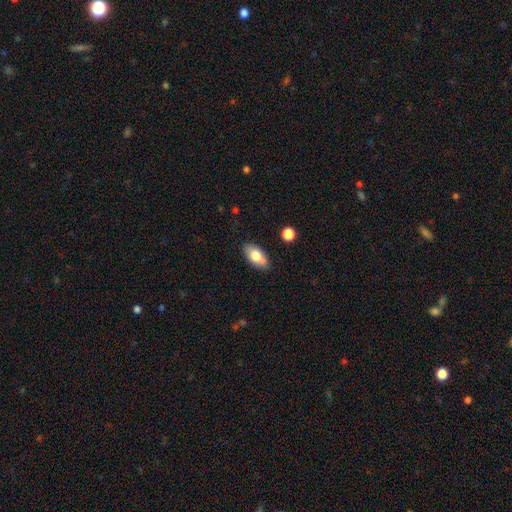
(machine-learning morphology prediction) This is likely a smooth galaxy (75%). How rounded: clearly in between (91%). Merging: likely none (77%).